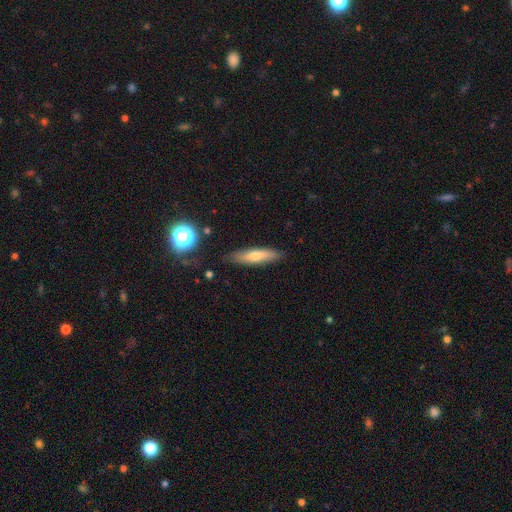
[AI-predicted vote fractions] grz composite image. It shows a smooth galaxy with no disk features (57%) that is cigar-shaped (79%). Merging: none (84%).